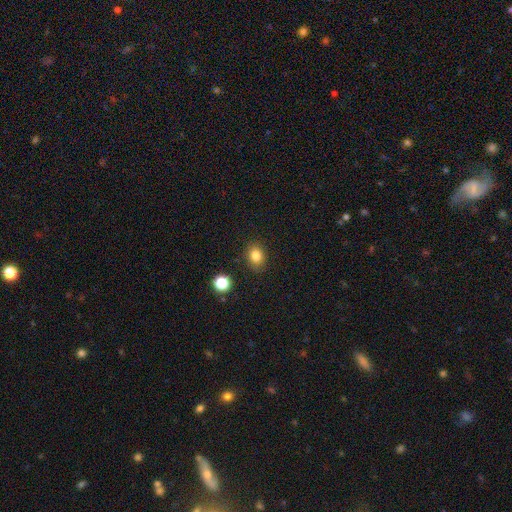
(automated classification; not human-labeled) smooth_or_featured: smooth (p=0.82) [alt: star or artifact p=0.12]
how_rounded: in between (p=0.53) [alt: round p=0.46]
merging: none (p=0.86) [alt: minor disturbance p=0.10]